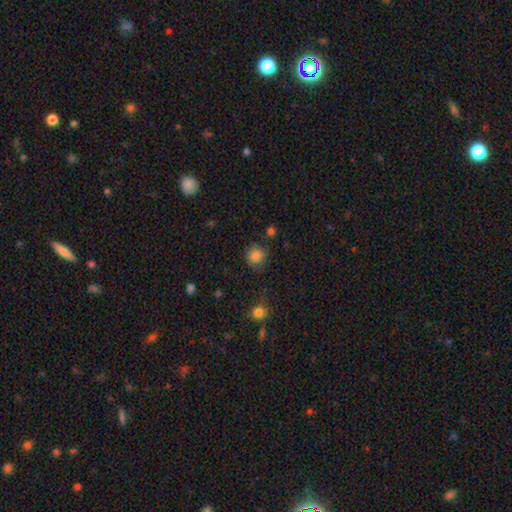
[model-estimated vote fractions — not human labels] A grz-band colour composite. It shows a smooth galaxy with no disk features (84%) that is round (83%). Merging: none (69%).